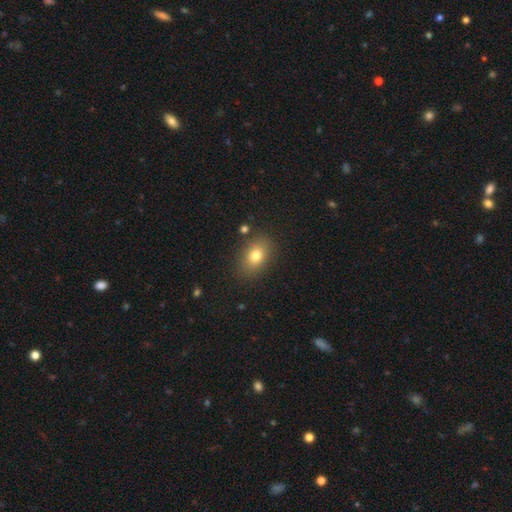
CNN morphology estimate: Overall: smooth (78%). How rounded: in between (75%). Merging: none (83%).